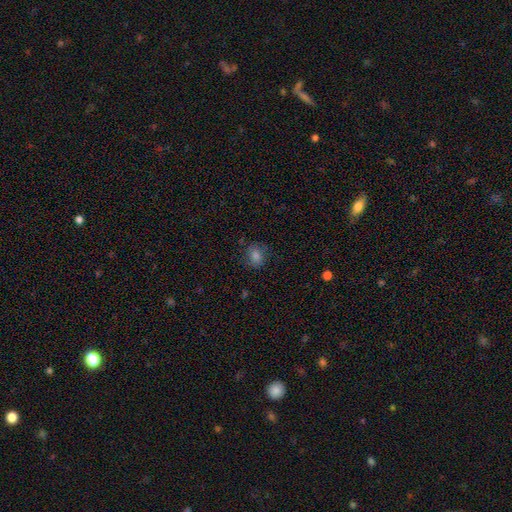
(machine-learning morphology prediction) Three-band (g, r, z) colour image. It shows a smooth galaxy with no disk features (75%) that is round (67%). Merging: none (78%).